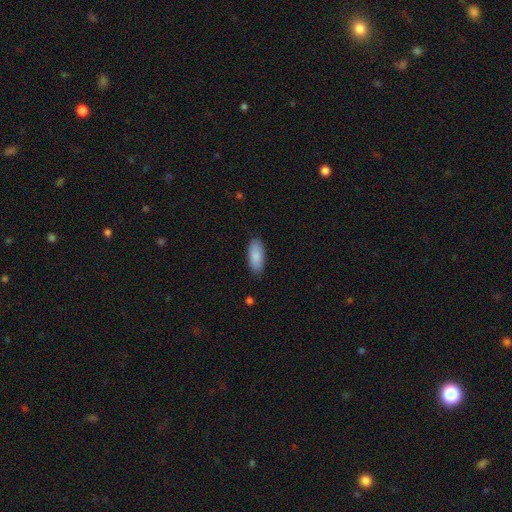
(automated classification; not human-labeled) smooth_or_featured: smooth (p=0.88) [alt: featured or disk p=0.06]
how_rounded: in between (p=0.85) [alt: cigar-shaped p=0.13]
merging: none (p=0.86) [alt: minor disturbance p=0.11]